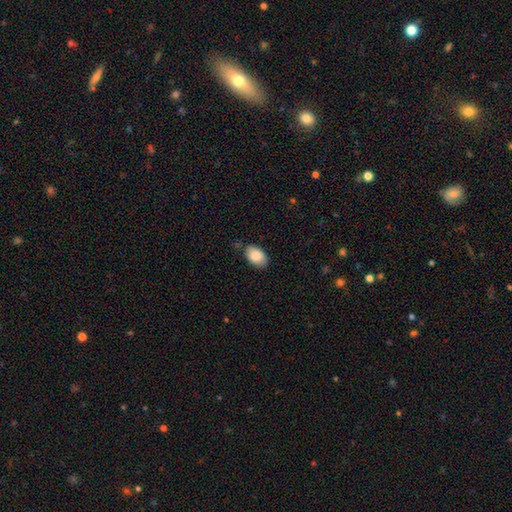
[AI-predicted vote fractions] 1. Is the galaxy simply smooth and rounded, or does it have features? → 88% smooth, 6% star or artifact, 5% featured or disk.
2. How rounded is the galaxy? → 91% in between, 8% round, 1% cigar-shaped.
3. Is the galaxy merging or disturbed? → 78% none, 17% minor disturbance, 3% major disturbance, 2% merger.